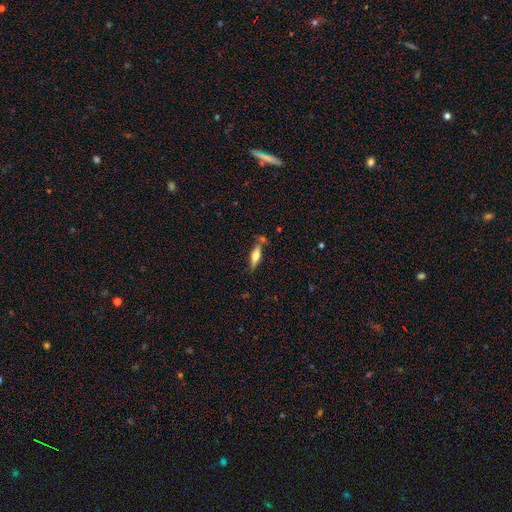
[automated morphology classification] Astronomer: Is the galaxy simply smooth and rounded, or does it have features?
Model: featured or disk — 56% (runner-up: smooth, 38%).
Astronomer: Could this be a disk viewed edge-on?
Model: yes — 94%.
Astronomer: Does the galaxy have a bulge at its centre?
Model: rounded — 91%.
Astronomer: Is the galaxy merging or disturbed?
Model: none — 71%.